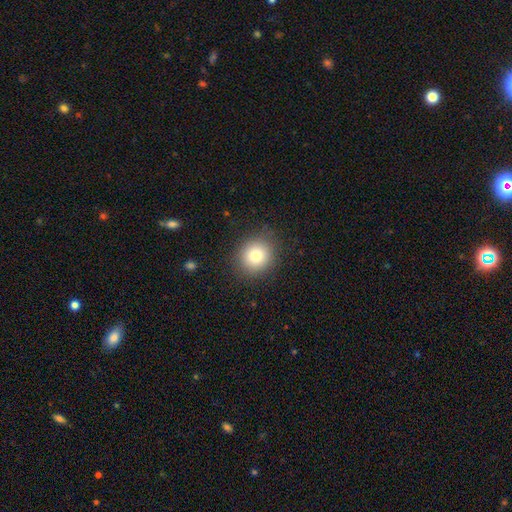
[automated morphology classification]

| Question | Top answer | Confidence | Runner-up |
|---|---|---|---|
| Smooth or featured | smooth | 80% | star or artifact (11%) |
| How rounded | round | 85% | in between (14%) |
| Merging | none | 86% | minor disturbance (9%) |